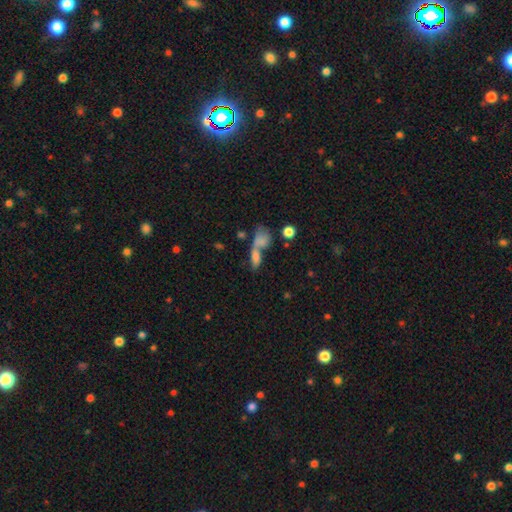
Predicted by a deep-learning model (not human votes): Smooth or featured: smooth — 62% (featured or disk — 22%)
How rounded: in between — 58% (cigar-shaped — 28%)
Merging: merger — 51% (none — 30%)